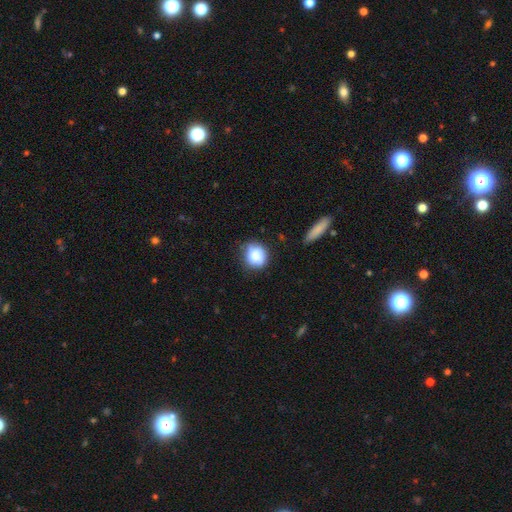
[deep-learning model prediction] Overall: smooth (82%). How rounded: round (77%). Merging: none (63%; minor disturbance 28%).